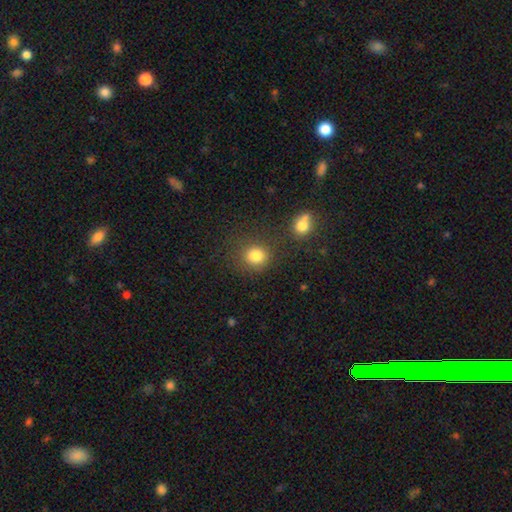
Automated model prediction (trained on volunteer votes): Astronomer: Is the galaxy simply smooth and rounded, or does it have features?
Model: smooth — 82%.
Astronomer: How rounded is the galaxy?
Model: round — 85%.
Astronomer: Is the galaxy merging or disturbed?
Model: none — 78%.